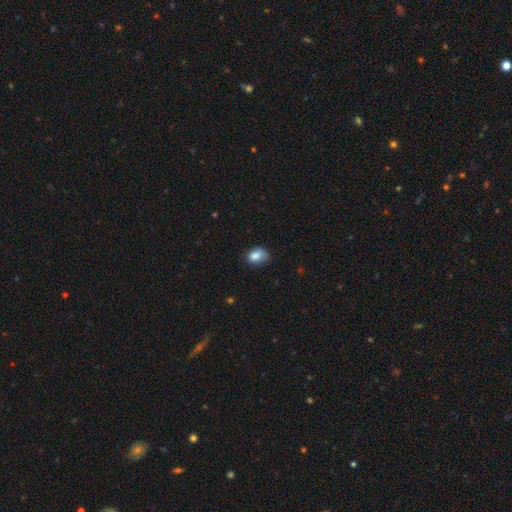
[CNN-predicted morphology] smooth-or-featured: smooth: 84% | star or artifact: 9% | featured or disk: 7%
  how-rounded: in between: 67% | round: 32% | cigar-shaped: 1%
  merging: none: 58% | minor disturbance: 33% | major disturbance: 8% | merger: 2%